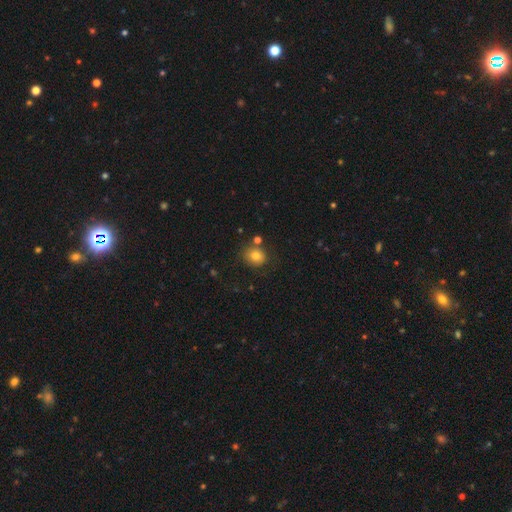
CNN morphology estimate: Overall: smooth (79%). How rounded: round (72%). Merging: none (76%).